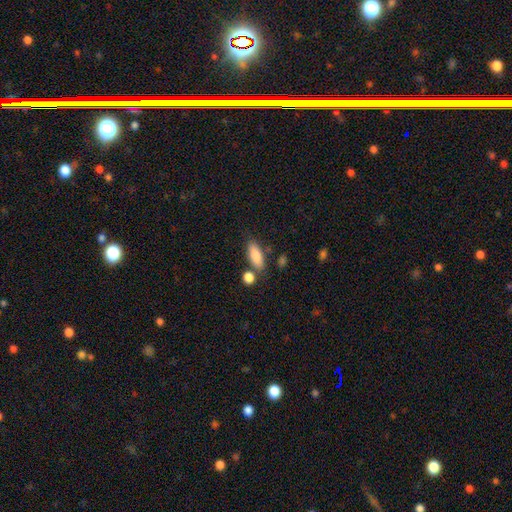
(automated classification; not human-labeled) Smooth or featured?
  - smooth: 84% *
  - featured or disk: 9%
  - star or artifact: 7%
How rounded?
  - in between: 77% *
  - cigar-shaped: 20%
  - round: 3%
Merging?
  - none: 70% *
  - minor disturbance: 14%
  - merger: 12%
  - major disturbance: 4%